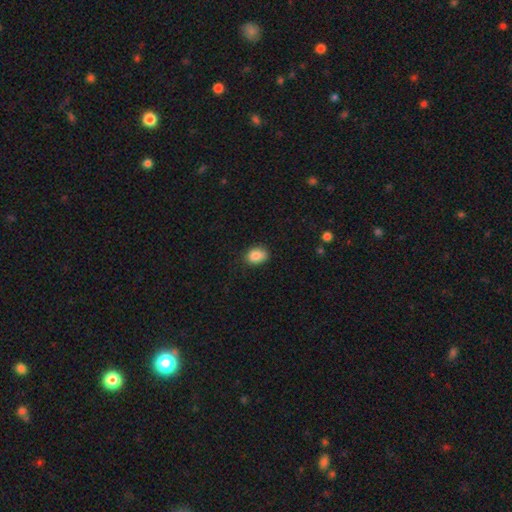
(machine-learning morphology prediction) This appears to be a smooth galaxy with no disk features (86%) that is in between round and cigar-shaped (67%). Merging: none (73%).